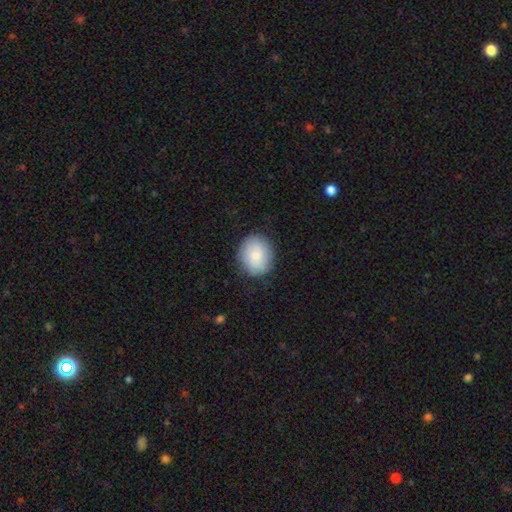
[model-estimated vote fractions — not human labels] Morphology: type=smooth (79%); roundness=round (62%); merging=none (84%).